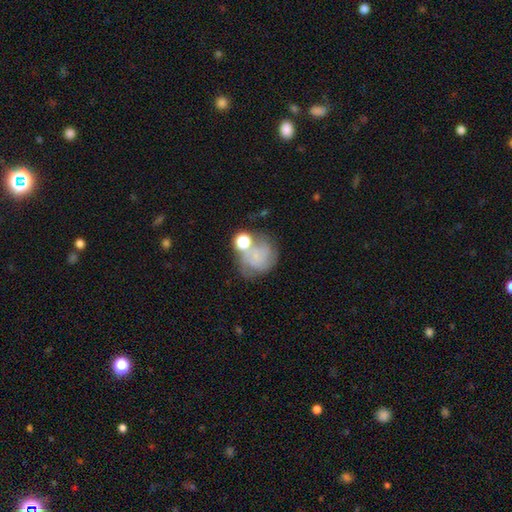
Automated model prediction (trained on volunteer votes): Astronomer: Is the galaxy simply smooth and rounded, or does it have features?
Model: smooth — 48% (runner-up: featured or disk, 40%).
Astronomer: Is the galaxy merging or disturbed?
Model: none — 43% (runner-up: merger, 22%).